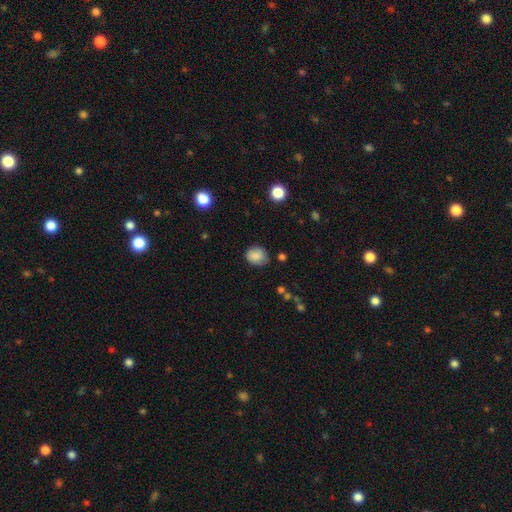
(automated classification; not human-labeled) smooth-or-featured: smooth: 86% | star or artifact: 9% | featured or disk: 6%
  how-rounded: round: 59% | in between: 40% | cigar-shaped: 1%
  merging: none: 74% | minor disturbance: 20% | major disturbance: 4% | merger: 2%